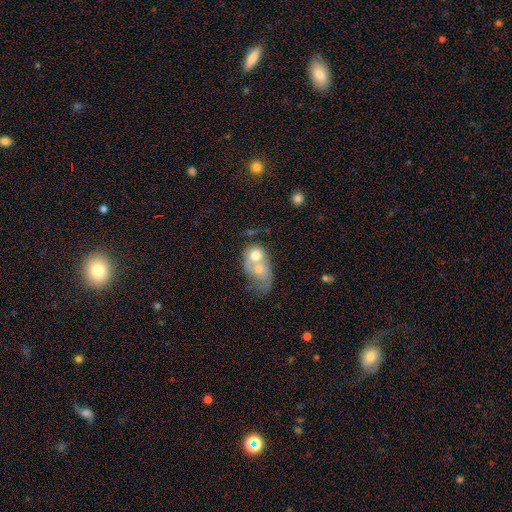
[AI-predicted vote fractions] This is possibly a smooth galaxy (58%). How rounded: possibly in between (54%). Merging: likely merger (77%).